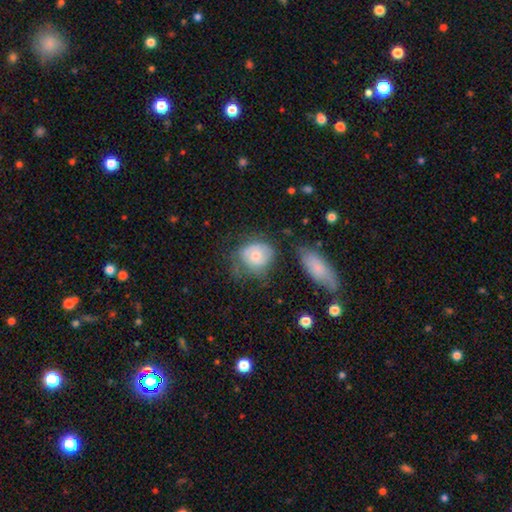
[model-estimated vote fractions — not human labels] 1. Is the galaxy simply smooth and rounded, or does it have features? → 57% smooth, 35% featured or disk, 8% star or artifact.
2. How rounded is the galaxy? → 66% round, 33% in between, 1% cigar-shaped.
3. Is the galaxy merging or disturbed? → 44% none, 28% minor disturbance, 20% major disturbance, 8% merger.